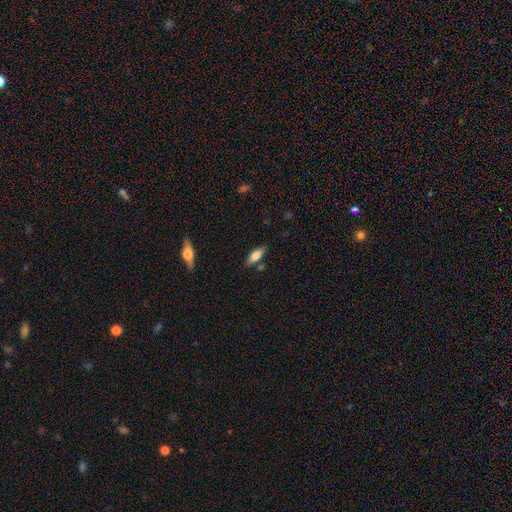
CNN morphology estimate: smooth-or-featured: smooth: 74% | featured or disk: 20% | star or artifact: 7%
  how-rounded: in between: 70% | cigar-shaped: 28% | round: 2%
  merging: none: 78% | minor disturbance: 13% | merger: 6% | major disturbance: 3%